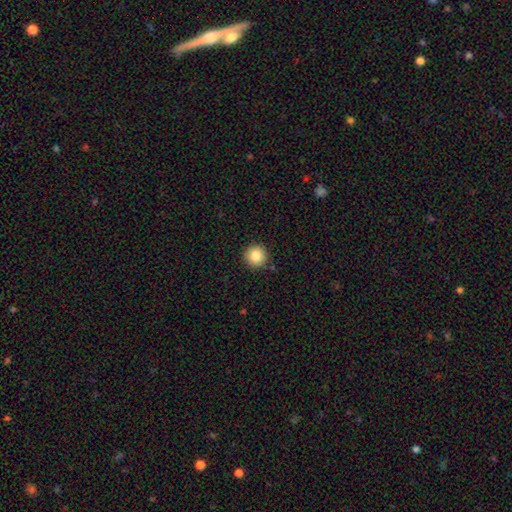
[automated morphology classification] Smooth or featured? Predicted: smooth (p=0.87). How rounded? Predicted: round (p=0.95). Merging? Predicted: none (p=0.89).